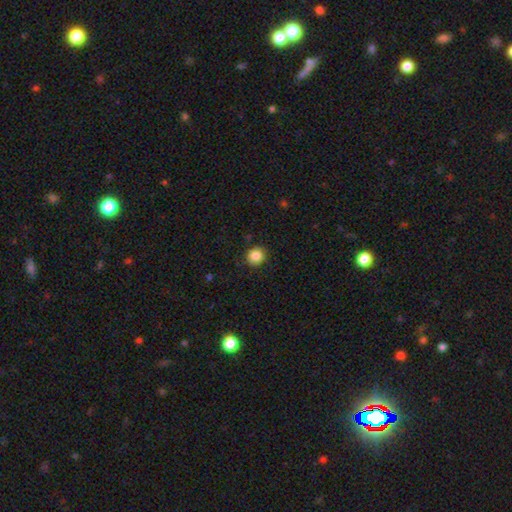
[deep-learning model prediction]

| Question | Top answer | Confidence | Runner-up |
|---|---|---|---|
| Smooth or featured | smooth | 86% | star or artifact (10%) |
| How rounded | round | 90% | in between (9%) |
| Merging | none | 89% | minor disturbance (8%) |